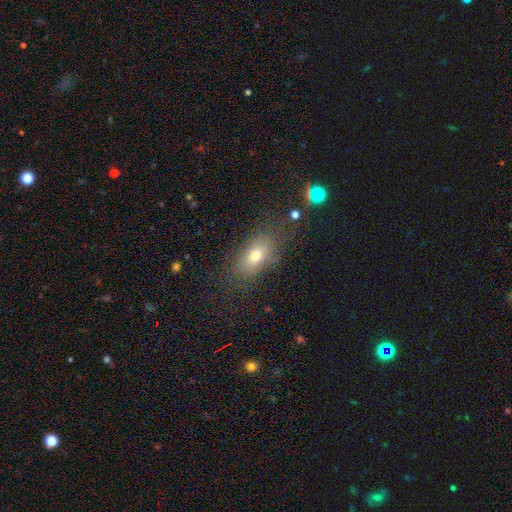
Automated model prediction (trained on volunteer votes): This is likely a smooth galaxy (71%). How rounded: clearly in between (82%). Merging: likely none (74%).